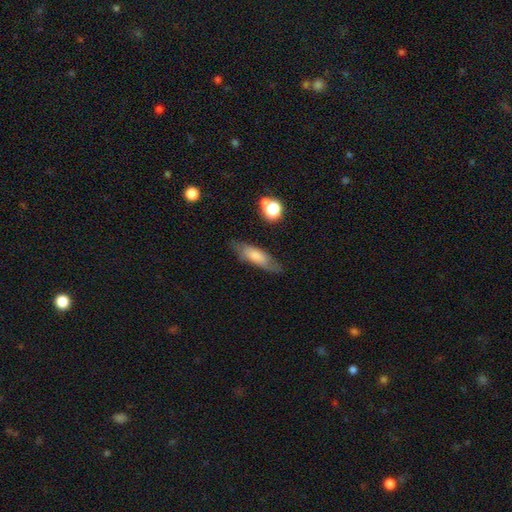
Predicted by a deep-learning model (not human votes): Morphology: type=smooth (63%); roundness=in between (53%); merging=none (72%).